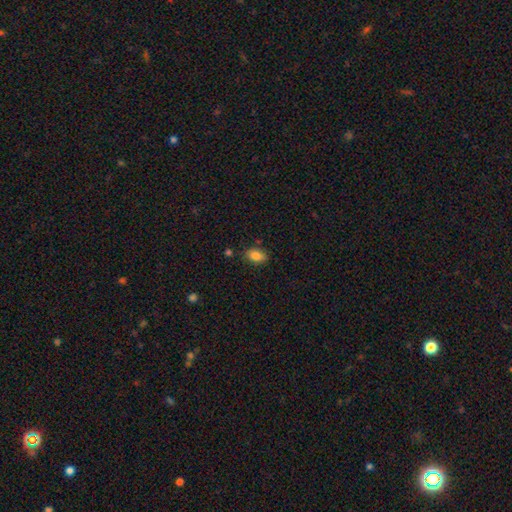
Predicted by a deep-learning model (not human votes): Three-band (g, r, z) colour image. It shows a smooth galaxy with no disk features (86%) that is in between round and cigar-shaped (88%). Merging: none (80%).